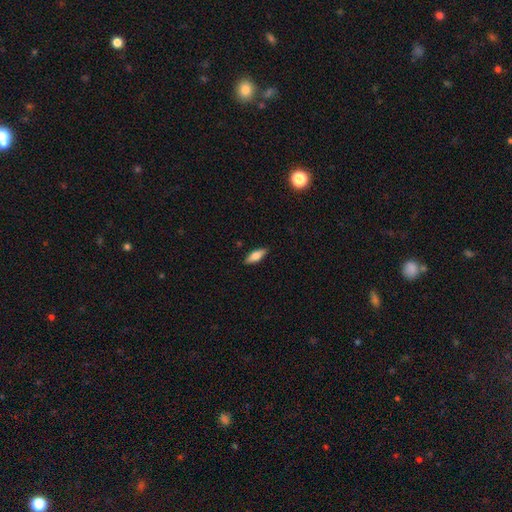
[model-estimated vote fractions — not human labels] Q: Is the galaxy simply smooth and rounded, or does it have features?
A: smooth — 72%.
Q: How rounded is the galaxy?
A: in between — 64%.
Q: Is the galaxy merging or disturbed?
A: none — 89%.